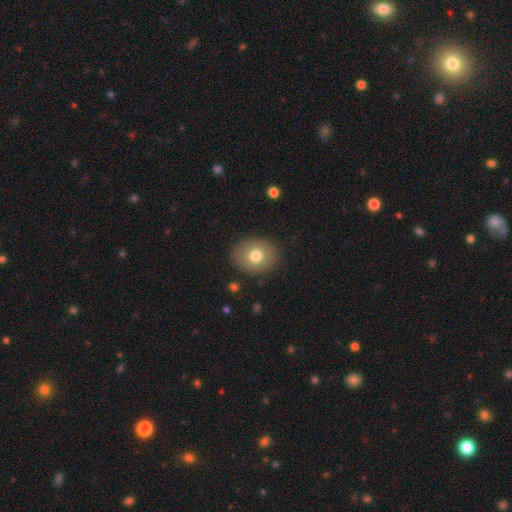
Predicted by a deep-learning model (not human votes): Q: Smooth or featured?
A: smooth (74%); runner-up: featured or disk (18%)
Q: How rounded?
A: round (56%); runner-up: in between (43%)
Q: Merging?
A: none (88%); runner-up: minor disturbance (8%)